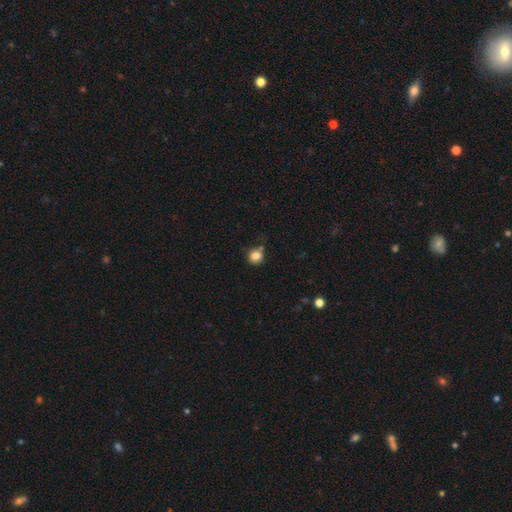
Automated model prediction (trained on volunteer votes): This is clearly a smooth galaxy (84%). How rounded: clearly round (88%). Merging: likely none (66%).